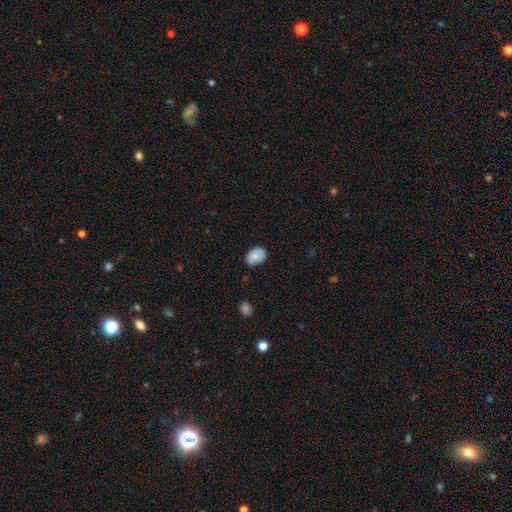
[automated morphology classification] A smooth galaxy with no disk features (82%) that is in between round and cigar-shaped (80%). Merging: none (77%).